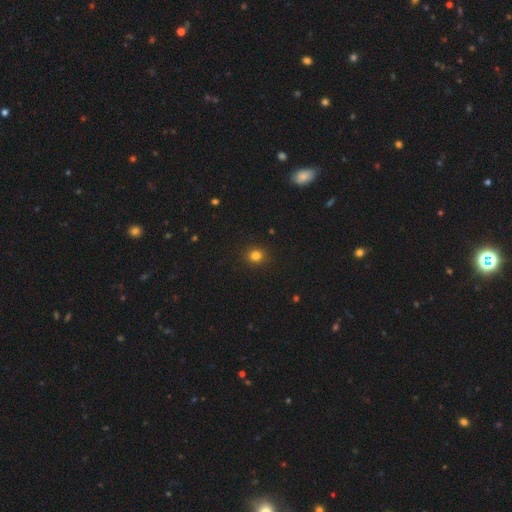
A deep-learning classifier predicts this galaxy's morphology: The model was most divided on "how rounded": round: 82%, in between: 17%, cigar-shaped: 1%. More confident: merging — none (91%); smooth or featured — smooth (81%).